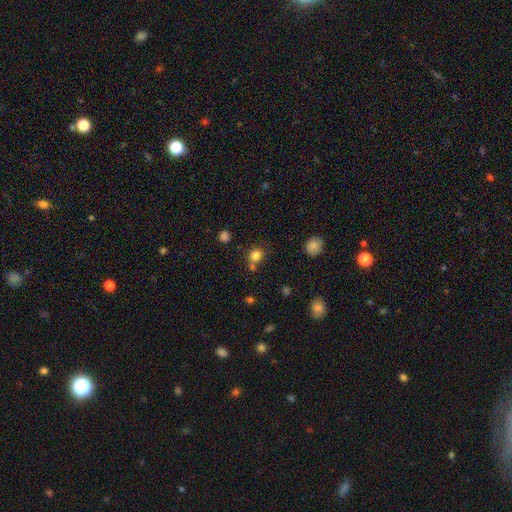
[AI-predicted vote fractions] Smooth or featured? smooth (81%)
How rounded? round (83%)
Merging? none (66%)